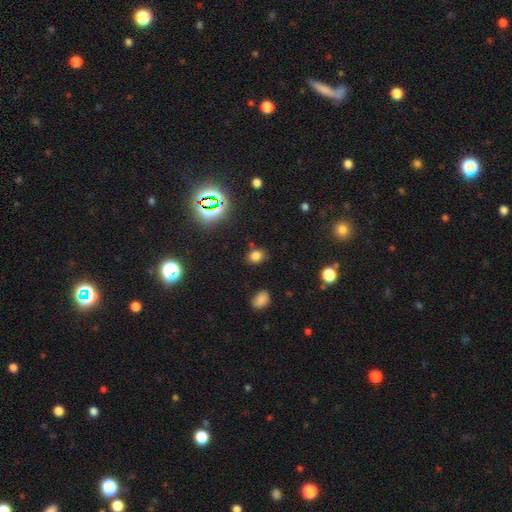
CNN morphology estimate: Smooth or featured?
  - smooth: 72% *
  - star or artifact: 22%
  - featured or disk: 7%
How rounded?
  - in between: 56% *
  - round: 43%
  - cigar-shaped: 1%
Merging?
  - none: 80% *
  - minor disturbance: 12%
  - merger: 4%
  - major disturbance: 4%